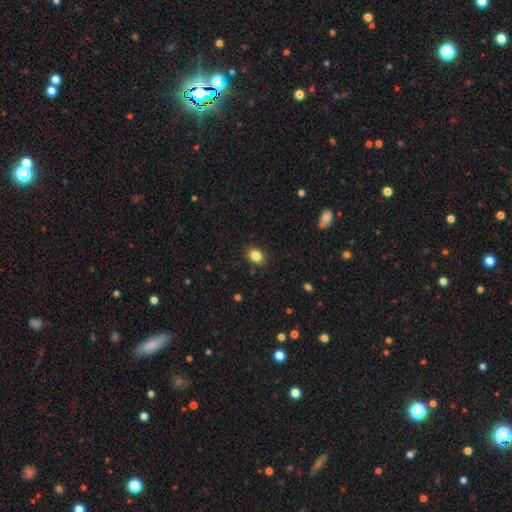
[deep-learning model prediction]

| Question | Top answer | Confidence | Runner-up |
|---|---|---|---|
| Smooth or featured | smooth | 84% | star or artifact (10%) |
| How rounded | in between | 57% | round (42%) |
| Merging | none | 87% | minor disturbance (9%) |